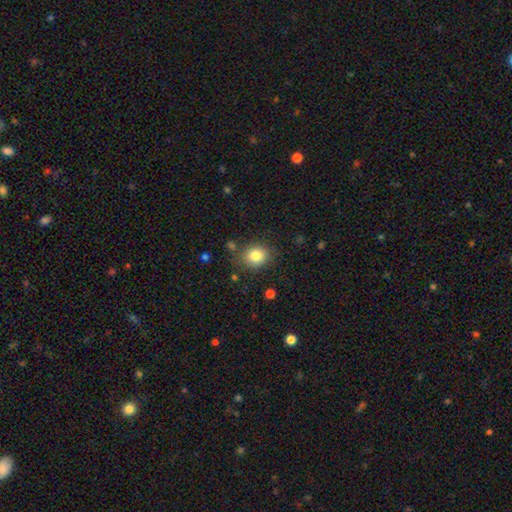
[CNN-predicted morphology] This is clearly a smooth galaxy (83%). How rounded: likely round (66%). Merging: clearly none (81%).